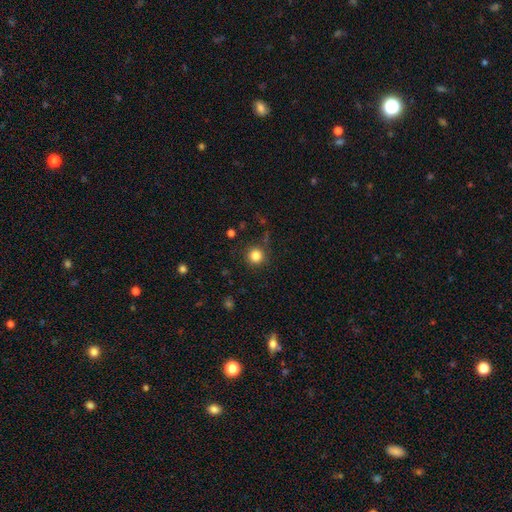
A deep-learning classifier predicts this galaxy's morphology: Smooth or featured? smooth (83%)
How rounded? round (94%)
Merging? none (87%)